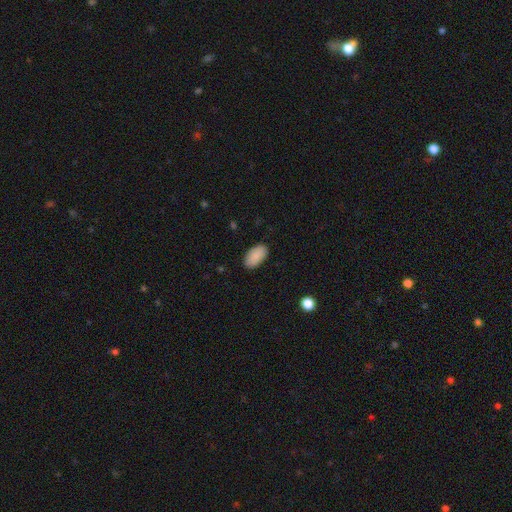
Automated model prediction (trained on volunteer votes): This appears to be a smooth galaxy with no disk features (90%) that is in between round and cigar-shaped (95%). Merging: none (88%).